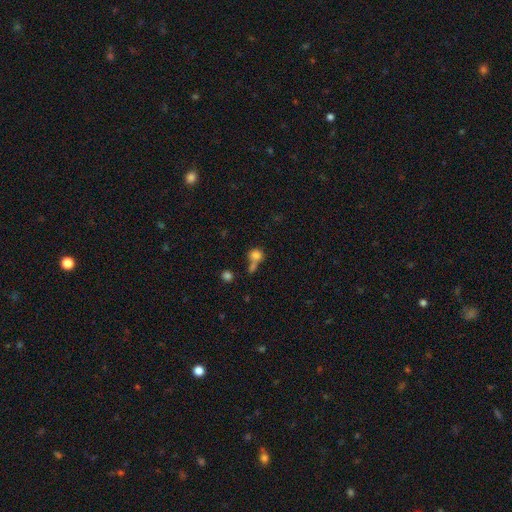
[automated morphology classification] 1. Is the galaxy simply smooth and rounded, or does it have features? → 79% smooth, 11% star or artifact, 10% featured or disk.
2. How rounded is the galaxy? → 73% round, 25% in between, 2% cigar-shaped.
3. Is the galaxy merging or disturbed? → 44% merger, 37% none, 11% minor disturbance, 8% major disturbance.